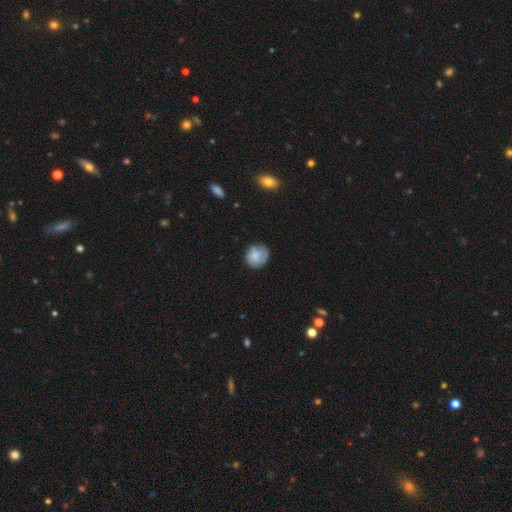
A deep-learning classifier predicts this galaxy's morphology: This appears to be a smooth galaxy with no disk features (69%) that is round (80%). Merging: none (68%).